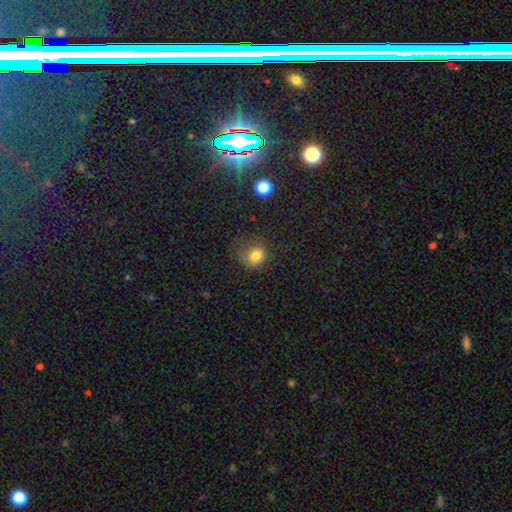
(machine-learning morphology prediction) This appears to be a smooth galaxy with no disk features (80%) that is round (74%). Merging: none (58%).